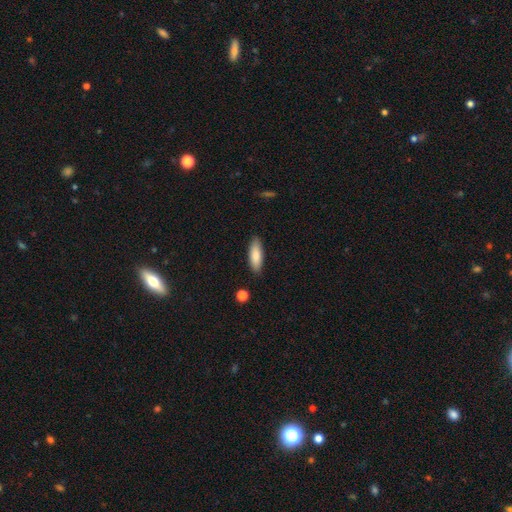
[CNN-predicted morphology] The model was most divided on "how rounded": in between: 58%, cigar-shaped: 40%, round: 2%. More confident: merging — none (86%); smooth or featured — smooth (84%).